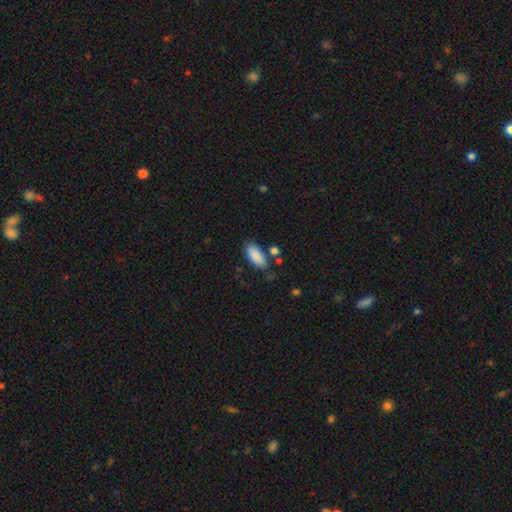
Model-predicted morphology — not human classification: type=smooth (88%); roundness=in between (88%); merging=none (78%).